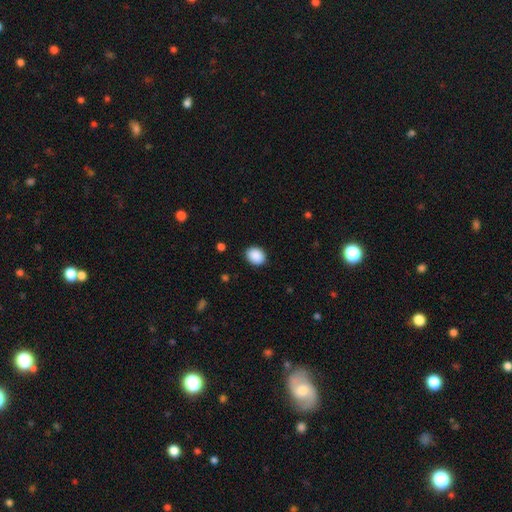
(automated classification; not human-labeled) Overall: smooth (90%). How rounded: round (50%; in between 49%). Merging: none (90%).